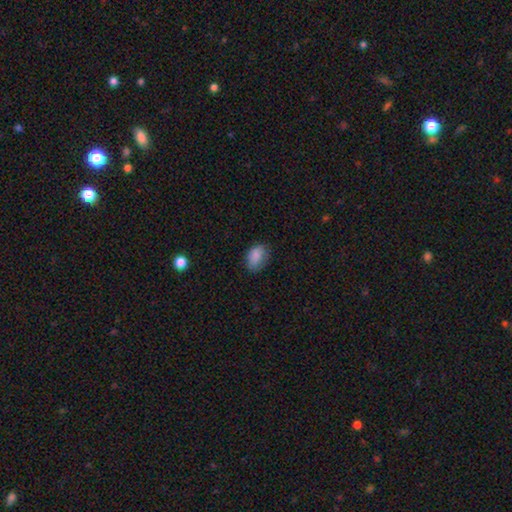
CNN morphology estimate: Overall: smooth (85%). How rounded: in between (83%). Merging: none (68%).